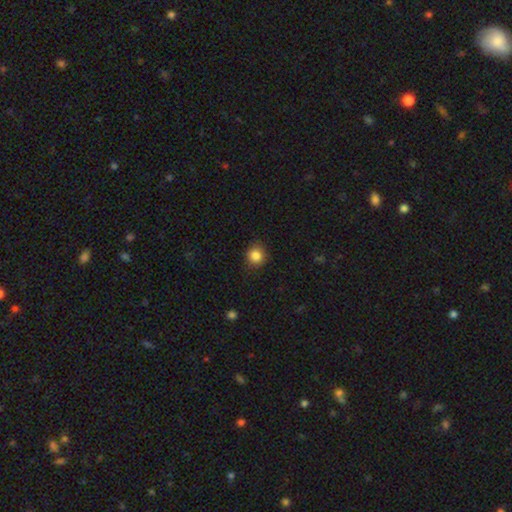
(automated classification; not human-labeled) A smooth galaxy with no disk features (85%) that is round (88%). Merging: none (85%).